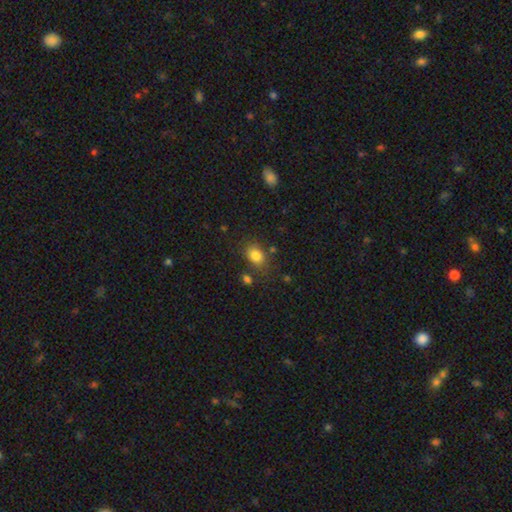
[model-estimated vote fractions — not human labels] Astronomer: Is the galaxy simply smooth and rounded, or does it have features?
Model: smooth — 82%.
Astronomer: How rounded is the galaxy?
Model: in between — 69%.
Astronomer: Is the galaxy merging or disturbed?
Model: none — 73%.